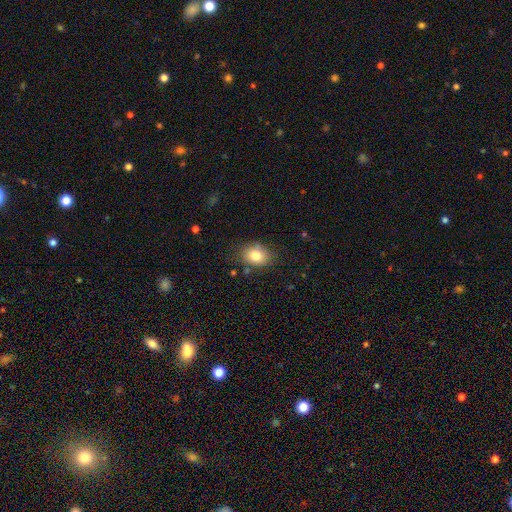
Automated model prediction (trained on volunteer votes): Smooth or featured? Predicted: smooth (p=0.81). How rounded? Predicted: in between (p=0.58). Merging? Predicted: none (p=0.78).